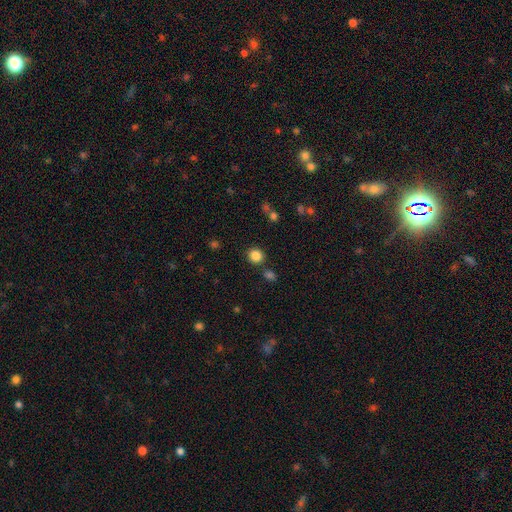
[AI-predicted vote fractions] Smooth or featured? smooth (85%)
How rounded? round (84%)
Merging? none (82%)